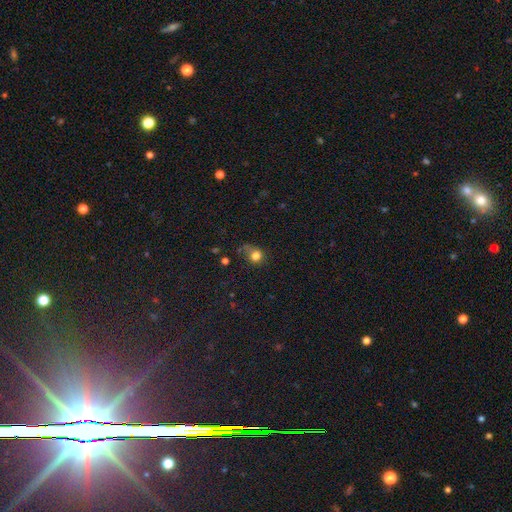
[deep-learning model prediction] Smooth or featured?
  - smooth: 77% *
  - star or artifact: 14%
  - featured or disk: 9%
How rounded?
  - round: 75% *
  - in between: 24%
  - cigar-shaped: 1%
Merging?
  - none: 47% *
  - minor disturbance: 29%
  - major disturbance: 18%
  - merger: 6%